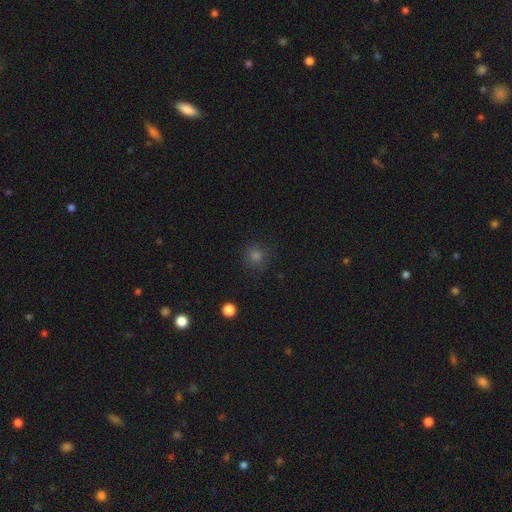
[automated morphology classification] smooth-or-featured: smooth: 69% | star or artifact: 24% | featured or disk: 7%
  how-rounded: round: 93% | in between: 6% | cigar-shaped: 1%
  merging: none: 87% | minor disturbance: 9% | major disturbance: 3% | merger: 1%